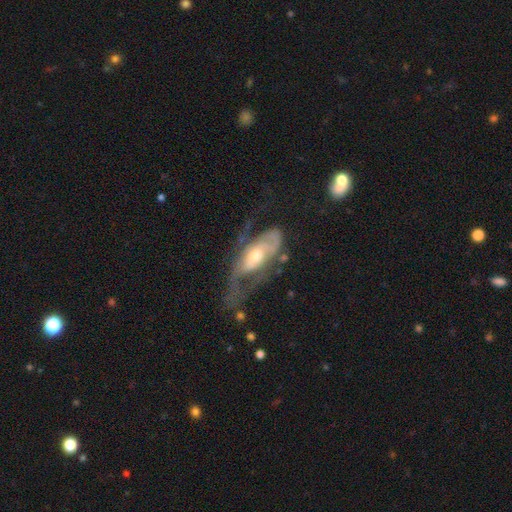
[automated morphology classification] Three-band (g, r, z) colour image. It shows a featured or disk galaxy (71%) with no bar (69%), spiral arms (69%) and a moderate central bulge (59%). Merging: major disturbance (46%).